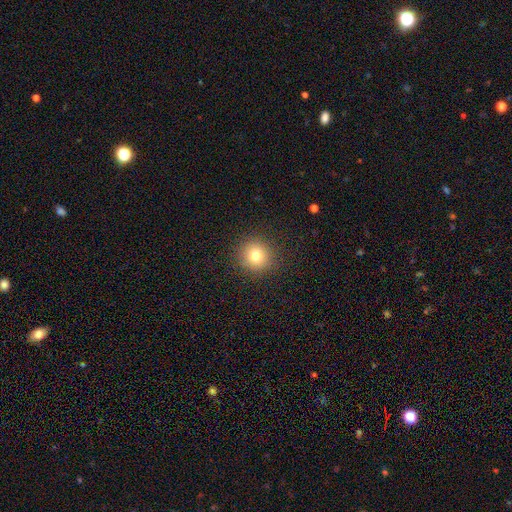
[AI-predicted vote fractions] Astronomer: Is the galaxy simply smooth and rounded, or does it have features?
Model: smooth — 78%.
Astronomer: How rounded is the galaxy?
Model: round — 92%.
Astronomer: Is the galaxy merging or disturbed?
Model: none — 90%.